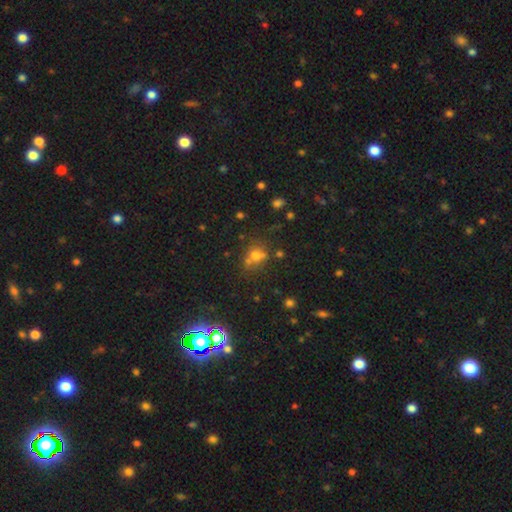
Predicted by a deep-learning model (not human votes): Morphology: type=smooth (58%); roundness=round (73%); merging=none (54%).